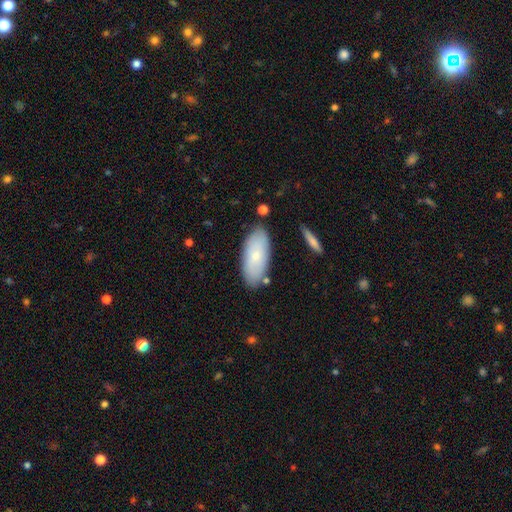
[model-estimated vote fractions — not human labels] This is likely a smooth galaxy (74%). How rounded: clearly in between (88%). Merging: clearly none (81%).